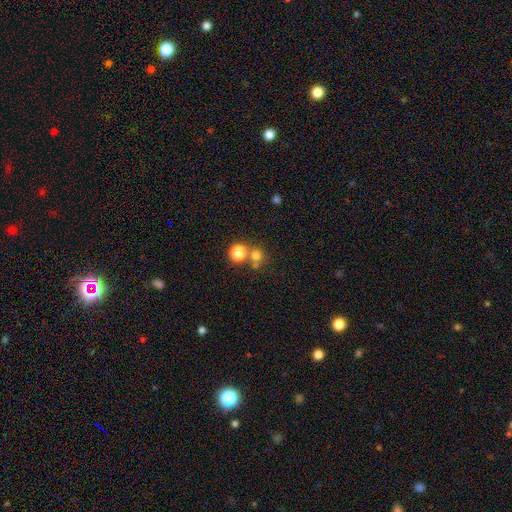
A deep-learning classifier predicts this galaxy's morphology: This is likely a smooth galaxy (73%). How rounded: clearly round (88%). Merging: possibly none (55%).